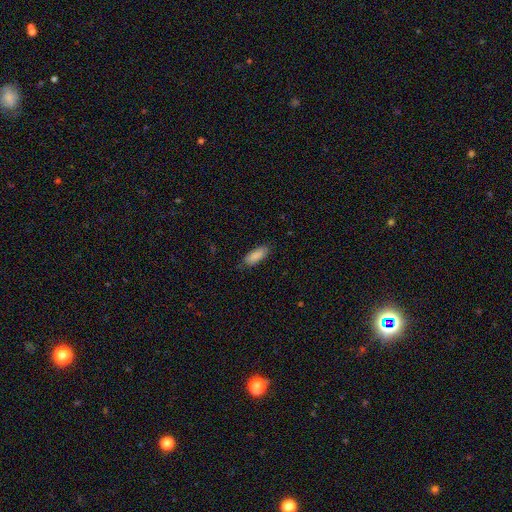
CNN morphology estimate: Smooth or featured?
  - smooth: 88% *
  - star or artifact: 6%
  - featured or disk: 6%
How rounded?
  - in between: 72% *
  - cigar-shaped: 26%
  - round: 2%
Merging?
  - none: 80% *
  - minor disturbance: 16%
  - major disturbance: 3%
  - merger: 1%